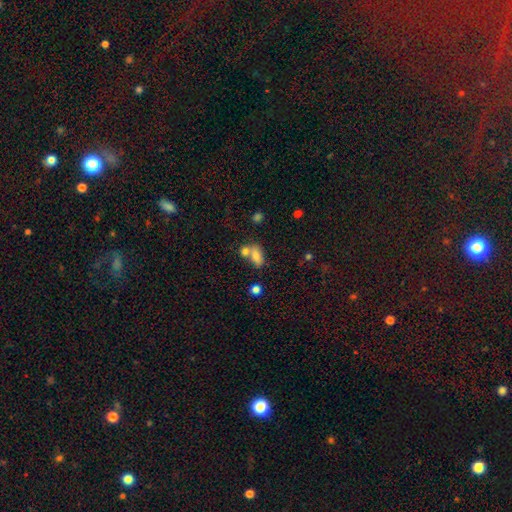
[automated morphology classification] This appears to be a smooth galaxy with no disk features (78%) that is in between round and cigar-shaped (85%). Merging: merger (45%).